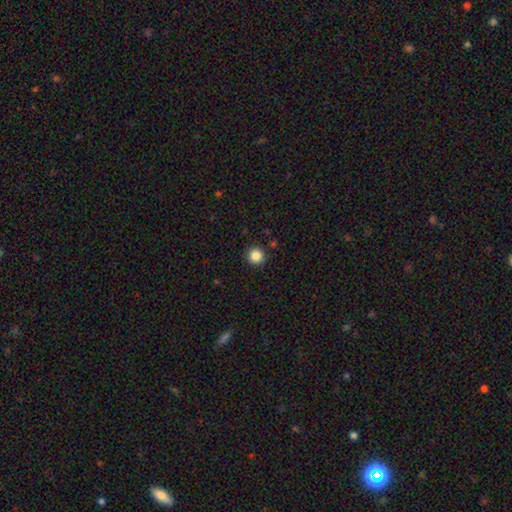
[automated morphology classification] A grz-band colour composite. It shows a smooth galaxy with no disk features (85%) that is round (96%). Merging: none (92%).